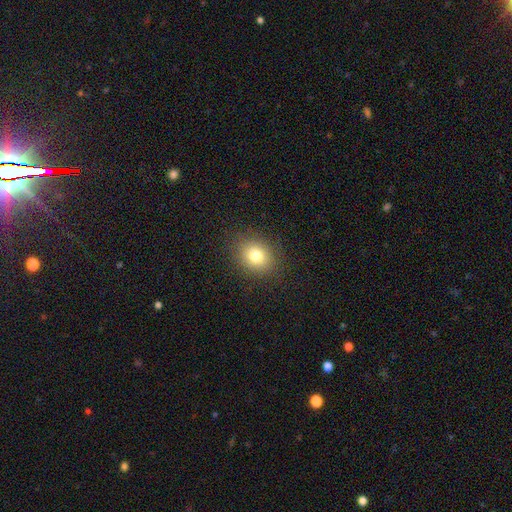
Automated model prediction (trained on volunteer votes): smooth_or_featured: smooth (p=0.78) [alt: star or artifact p=0.13]
how_rounded: round (p=0.61) [alt: in between p=0.38]
merging: none (p=0.87) [alt: minor disturbance p=0.08]